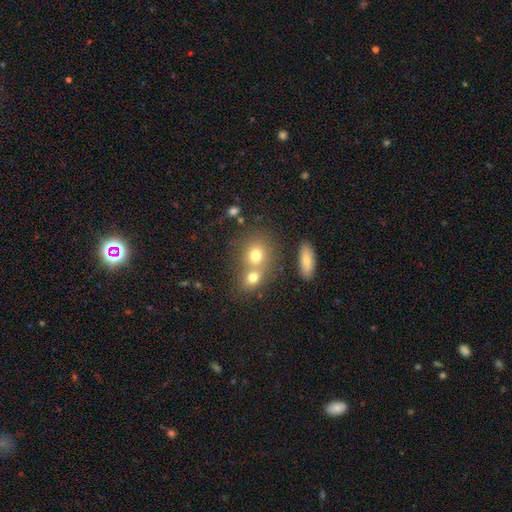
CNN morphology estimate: A smooth galaxy with no disk features (71%) that is round (71%).

Vote fractions:
- Smooth or featured? smooth: 71% / featured or disk: 15% / star or artifact: 14%
- How rounded? round: 71% / in between: 27% / cigar-shaped: 2%
- Merging? merger: 44% (tied) / none: 44% (tied) / minor disturbance: 8% / major disturbance: 4%